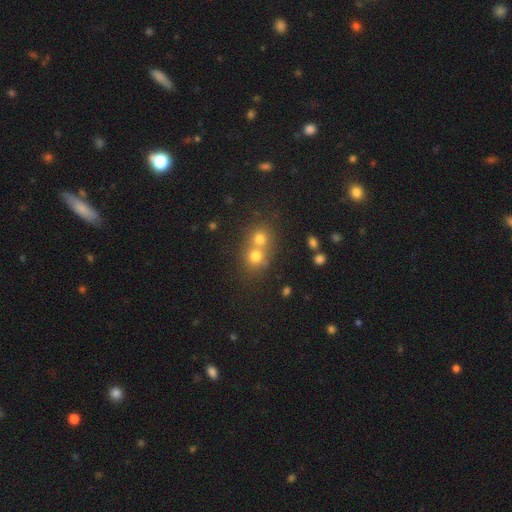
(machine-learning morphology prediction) This appears to be a smooth galaxy with no disk features (71%) that is round (82%). Merging: merger (57%).